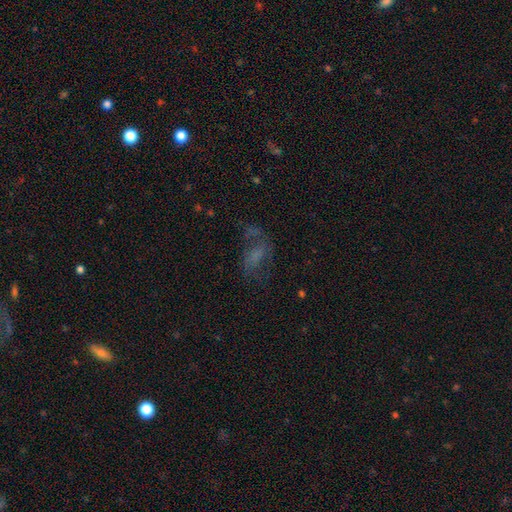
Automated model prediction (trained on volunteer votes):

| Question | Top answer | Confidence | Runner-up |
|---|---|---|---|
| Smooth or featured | featured or disk | 44% | smooth (36%) |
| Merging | none | 43% | major disturbance (32%) |